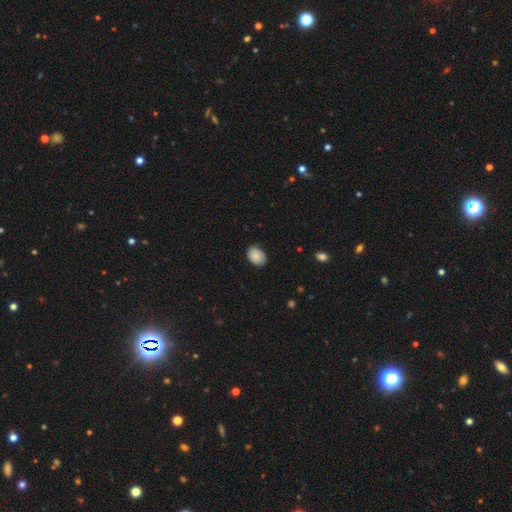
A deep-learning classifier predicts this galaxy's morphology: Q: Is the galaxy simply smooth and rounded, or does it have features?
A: smooth — 81%.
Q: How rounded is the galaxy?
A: in between — 76%.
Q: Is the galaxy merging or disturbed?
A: none — 82%.